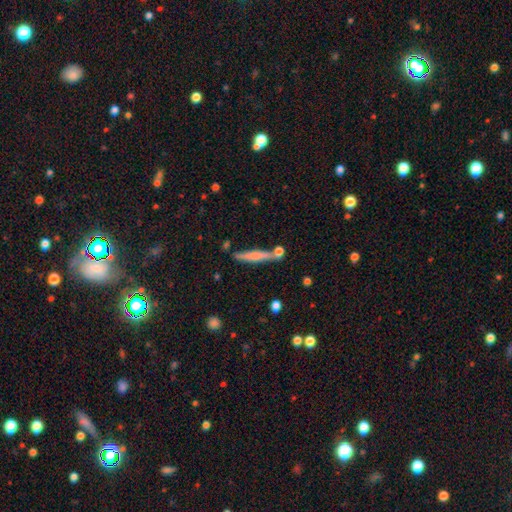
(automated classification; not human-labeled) Smooth or featured? smooth (54%)
How rounded? cigar-shaped (93%)
Merging? none (75%)